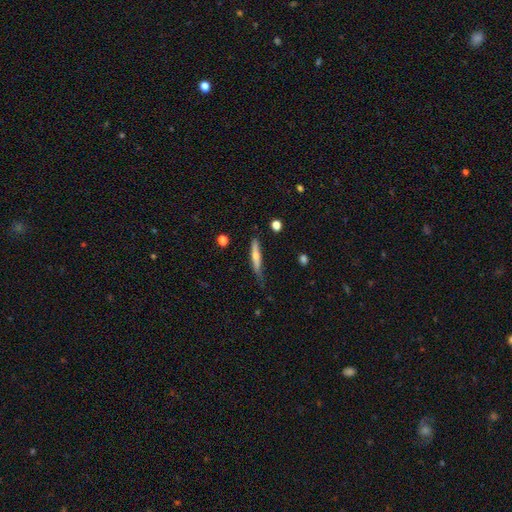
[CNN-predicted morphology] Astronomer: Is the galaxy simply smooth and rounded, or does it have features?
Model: smooth — 54% (runner-up: featured or disk, 39%).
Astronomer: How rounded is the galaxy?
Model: cigar-shaped — 90%.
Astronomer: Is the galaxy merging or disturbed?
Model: none — 67%.